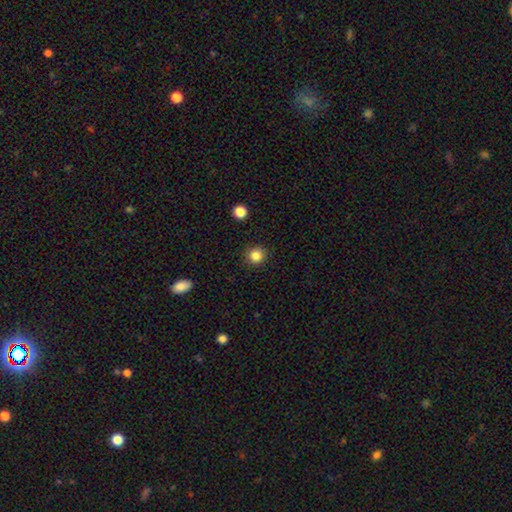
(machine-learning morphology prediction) Smooth or featured: smooth — 85% (star or artifact — 11%)
How rounded: round — 91% (in between — 8%)
Merging: none — 90% (minor disturbance — 7%)